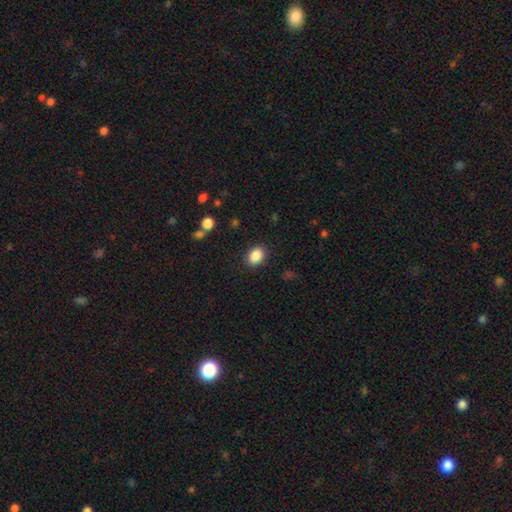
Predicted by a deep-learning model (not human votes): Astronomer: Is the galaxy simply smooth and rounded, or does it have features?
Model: smooth — 88%.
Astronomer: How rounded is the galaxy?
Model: in between — 70%.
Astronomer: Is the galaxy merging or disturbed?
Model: none — 88%.